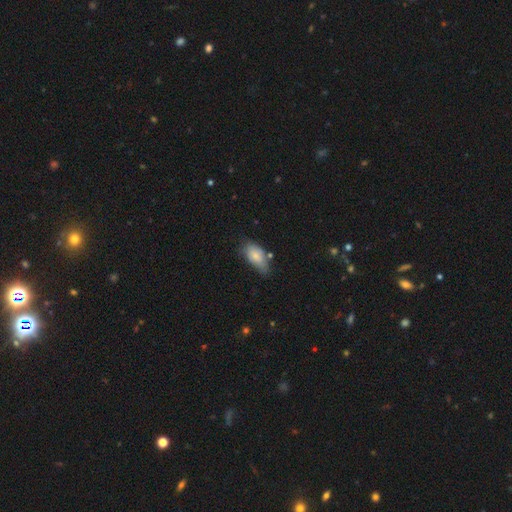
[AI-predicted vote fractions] Overall: smooth (77%). How rounded: in between (92%). Merging: none (47%; minor disturbance 38%).